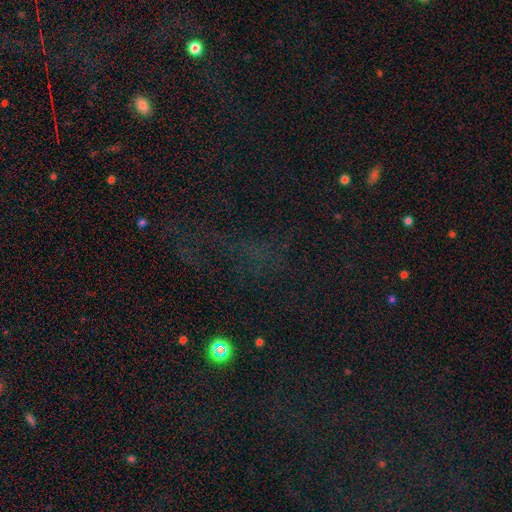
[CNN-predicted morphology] Smooth or featured? Predicted: star or artifact (p=0.67).